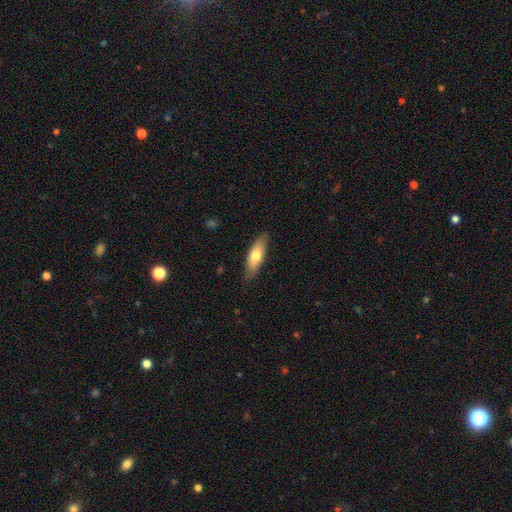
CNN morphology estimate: Smooth or featured? Predicted: smooth (p=0.68). How rounded? Predicted: in between (p=0.59). Merging? Predicted: none (p=0.82).